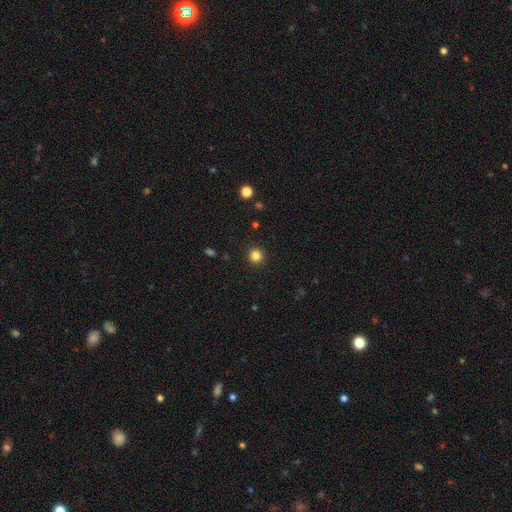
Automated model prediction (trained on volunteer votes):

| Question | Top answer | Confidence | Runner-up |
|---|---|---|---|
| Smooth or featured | smooth | 83% | star or artifact (13%) |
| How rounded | round | 95% | in between (4%) |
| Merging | none | 92% | minor disturbance (5%) |